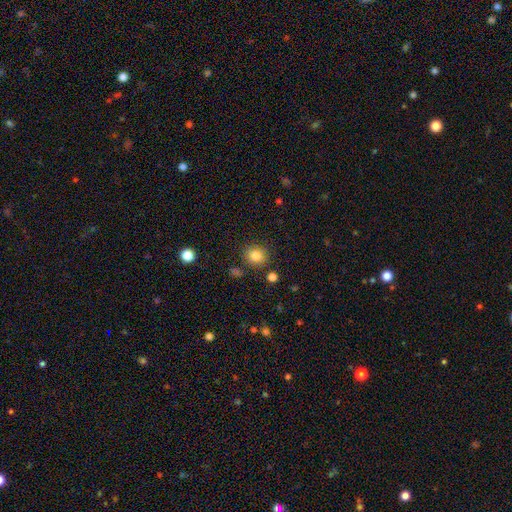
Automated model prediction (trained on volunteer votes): Overall: smooth (83%). How rounded: round (77%). Merging: none (83%).